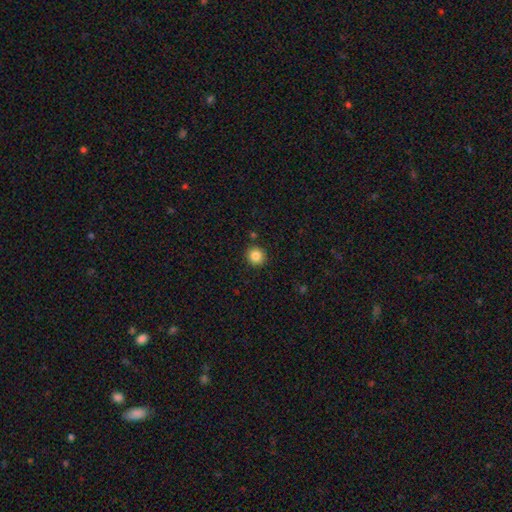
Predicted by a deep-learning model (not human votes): A smooth galaxy with no disk features (85%) that is round (93%).

Vote fractions:
- Smooth or featured? smooth: 85% / star or artifact: 10% / featured or disk: 4%
- How rounded? round: 93% / in between: 6% / cigar-shaped: 1%
- Merging? none: 90% / minor disturbance: 6% / merger: 2% / major disturbance: 2%